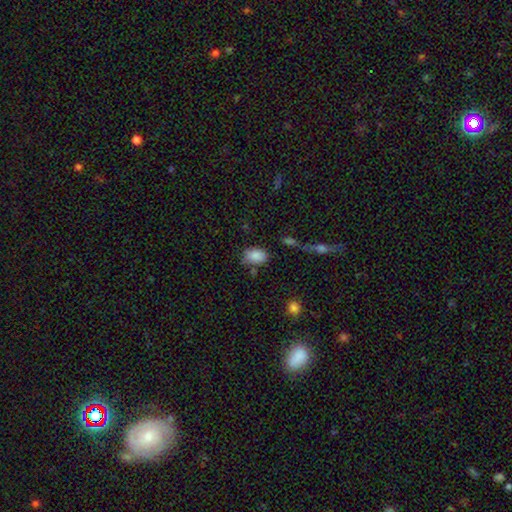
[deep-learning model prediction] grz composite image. It shows a smooth galaxy with no disk features (86%) that is in between round and cigar-shaped (84%). Merging: none (68%).